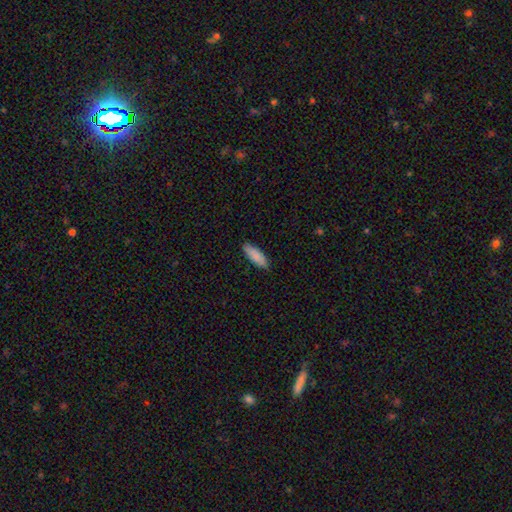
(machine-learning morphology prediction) smooth 87%, featured or disk 7%, star or artifact 6%. Down the decision tree: how rounded — in between (60%); merging — none (85%).